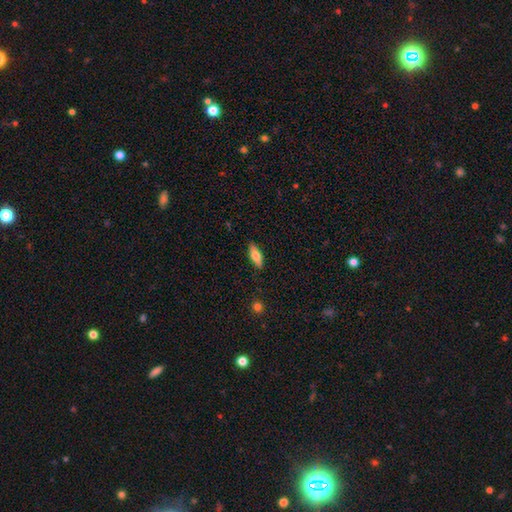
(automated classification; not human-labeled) A smooth galaxy with no disk features (72%) that is in between round and cigar-shaped (63%). Merging: none (87%).